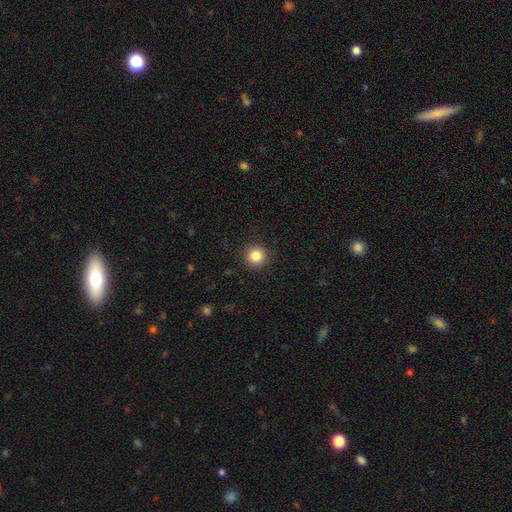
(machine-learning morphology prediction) A smooth galaxy with no disk features (84%) that is round (95%).

Vote fractions:
- Smooth or featured? smooth: 84% / star or artifact: 11% / featured or disk: 4%
- How rounded? round: 95% / in between: 4% / cigar-shaped: 1%
- Merging? none: 92% / minor disturbance: 5% / major disturbance: 2% / merger: 1%